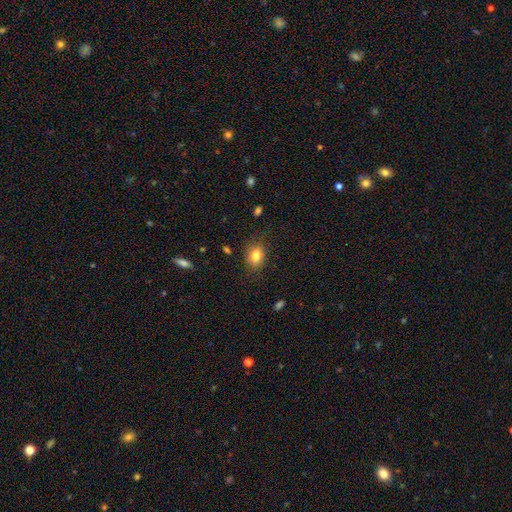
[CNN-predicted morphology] Smooth or featured: smooth — 81% (star or artifact — 10%)
How rounded: in between — 64% (round — 35%)
Merging: none — 79% (minor disturbance — 16%)